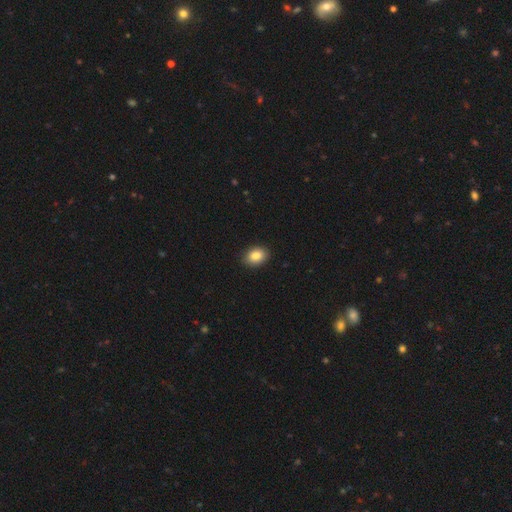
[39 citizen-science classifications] Morphology: type=smooth (85%); roundness=in between (79%); merging=none (86%).